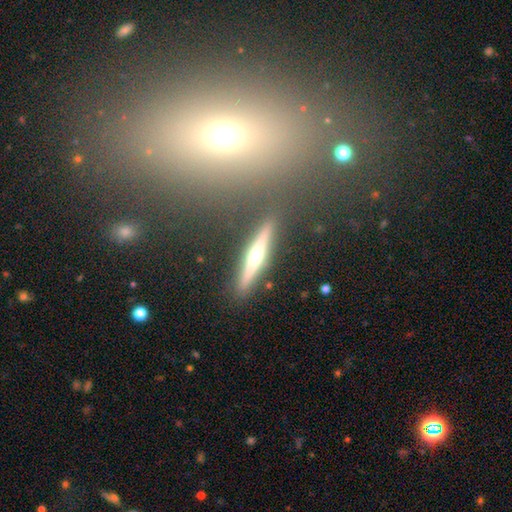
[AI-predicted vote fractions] Smooth or featured: featured or disk — 63% (smooth — 29%)
Edge-on disk: yes — 95% (no — 5%)
Edge-on bulge: rounded — 87% (none — 8%)
Merging: none — 87% (minor disturbance — 8%)